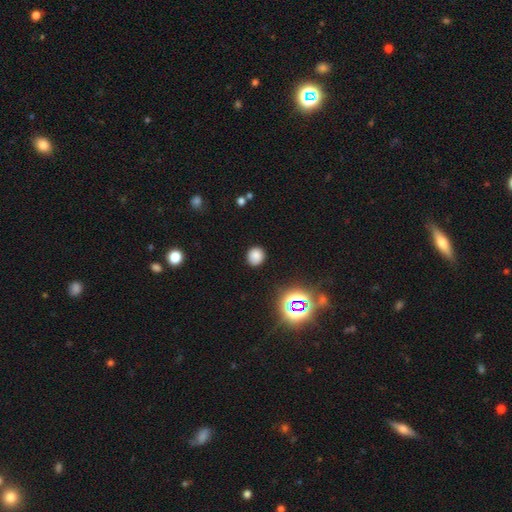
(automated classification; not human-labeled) Smooth or featured?
  - smooth: 78% *
  - star or artifact: 16%
  - featured or disk: 6%
How rounded?
  - round: 83% *
  - in between: 16%
  - cigar-shaped: 1%
Merging?
  - none: 86% *
  - minor disturbance: 10%
  - major disturbance: 3%
  - merger: 1%